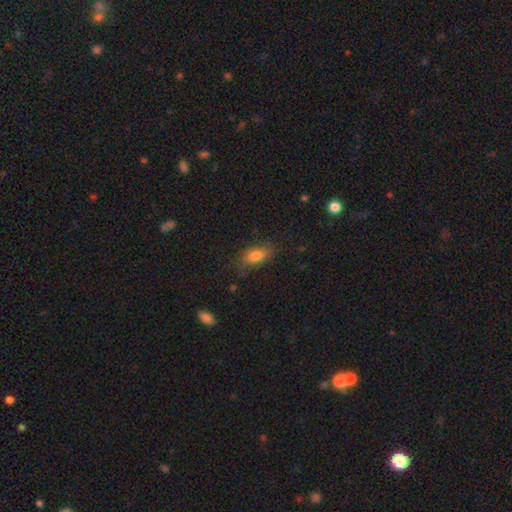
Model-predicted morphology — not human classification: Smooth or featured?
  - smooth: 77% *
  - featured or disk: 14%
  - star or artifact: 9%
How rounded?
  - in between: 83% *
  - cigar-shaped: 10%
  - round: 7%
Merging?
  - none: 70% *
  - minor disturbance: 21%
  - major disturbance: 7%
  - merger: 2%